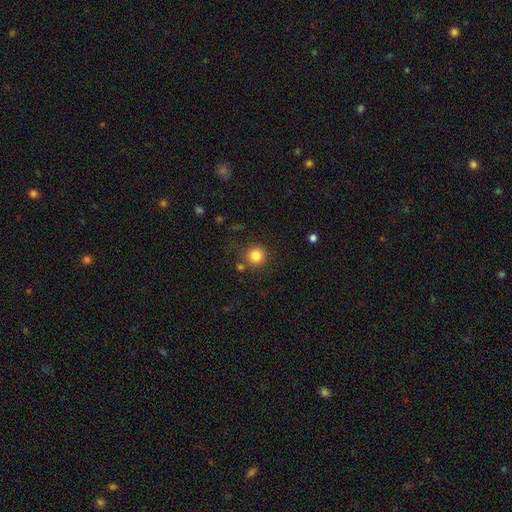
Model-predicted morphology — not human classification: A smooth galaxy with no disk features (83%) that is round (94%). Merging: none (83%).